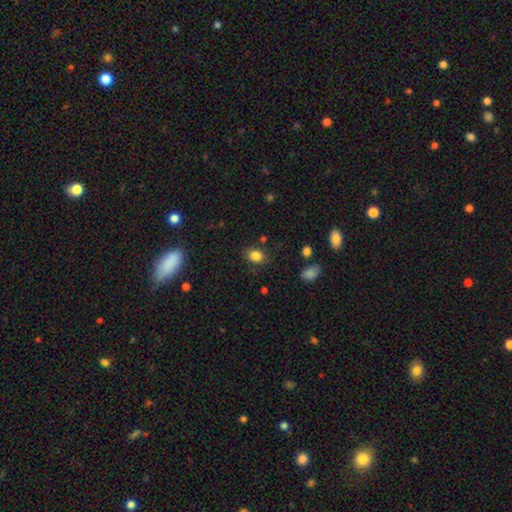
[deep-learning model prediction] Smooth or featured: smooth — 84% (star or artifact — 10%)
How rounded: in between — 65% (round — 34%)
Merging: none — 80% (minor disturbance — 13%)